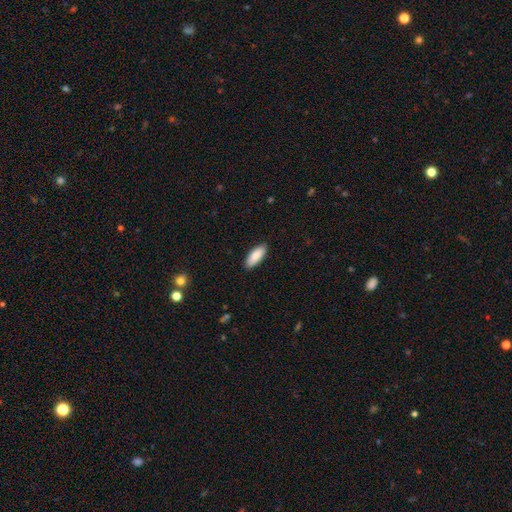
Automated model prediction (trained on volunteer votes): A smooth galaxy with no disk features (88%) that is in between round and cigar-shaped (75%). Merging: none (88%).